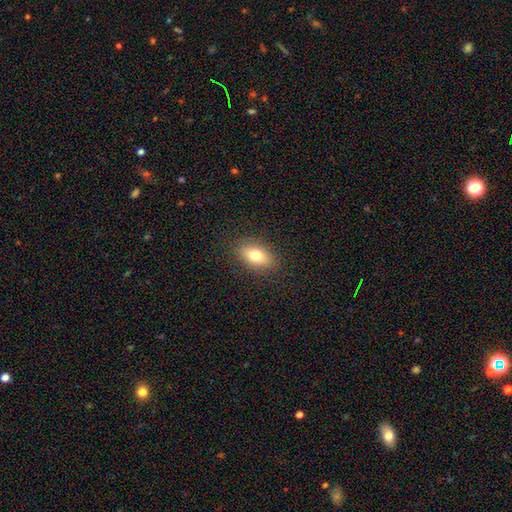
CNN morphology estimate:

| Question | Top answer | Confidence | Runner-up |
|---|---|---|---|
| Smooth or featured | smooth | 76% | featured or disk (15%) |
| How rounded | in between | 84% | round (10%) |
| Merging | none | 88% | minor disturbance (8%) |